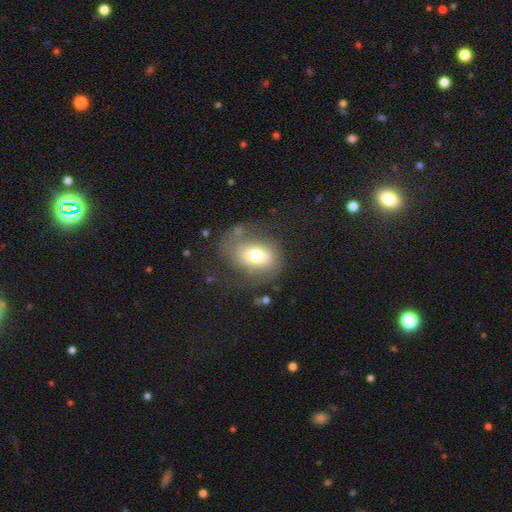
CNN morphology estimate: Smooth or featured?
  - smooth: 59% *
  - featured or disk: 31%
  - star or artifact: 10%
How rounded?
  - in between: 64% *
  - round: 34%
  - cigar-shaped: 2%
Merging?
  - none: 47% *
  - major disturbance: 26%
  - minor disturbance: 23%
  - merger: 4%